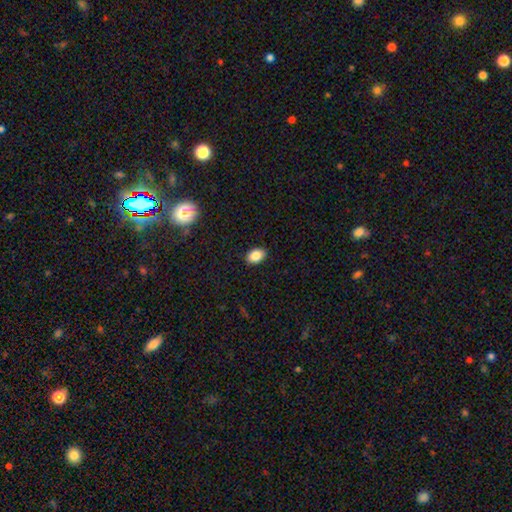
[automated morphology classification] smooth_or_featured: smooth (p=0.85) [alt: star or artifact p=0.09]
how_rounded: in between (p=0.82) [alt: round p=0.17]
merging: none (p=0.88) [alt: minor disturbance p=0.09]